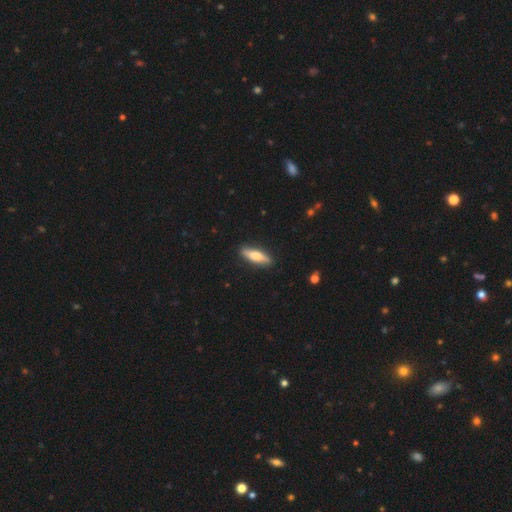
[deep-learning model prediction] The model was most divided on "smooth or featured": smooth: 59%, featured or disk: 36%, star or artifact: 5%. More confident: merging — none (89%); how rounded — cigar-shaped (63%).